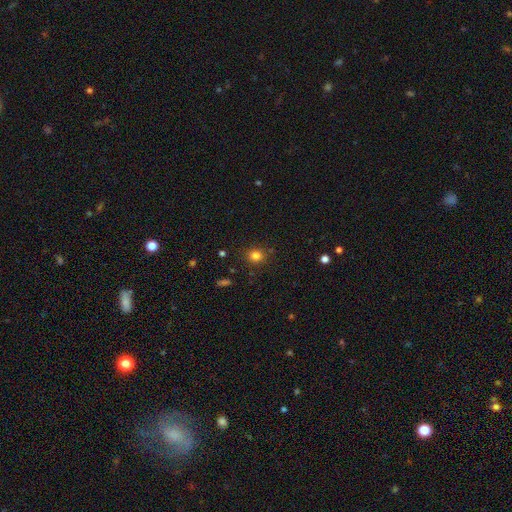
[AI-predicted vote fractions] Smooth or featured?
  - smooth: 81% *
  - star or artifact: 14%
  - featured or disk: 5%
How rounded?
  - round: 81% *
  - in between: 18%
  - cigar-shaped: 1%
Merging?
  - none: 87% *
  - minor disturbance: 9%
  - major disturbance: 3%
  - merger: 2%